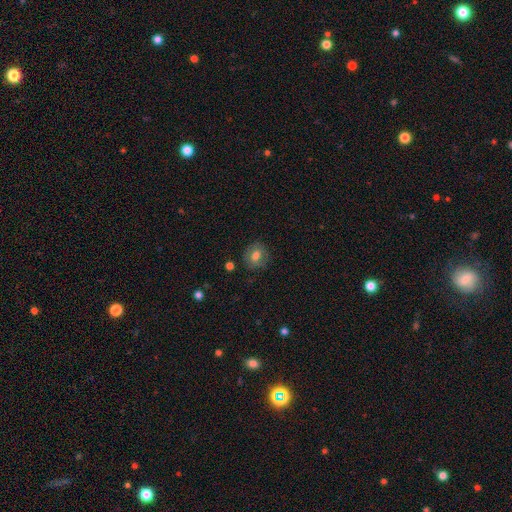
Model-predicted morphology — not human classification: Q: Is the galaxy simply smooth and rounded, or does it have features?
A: smooth — 71%.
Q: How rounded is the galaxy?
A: round — 72%.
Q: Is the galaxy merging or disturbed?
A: none — 83%.